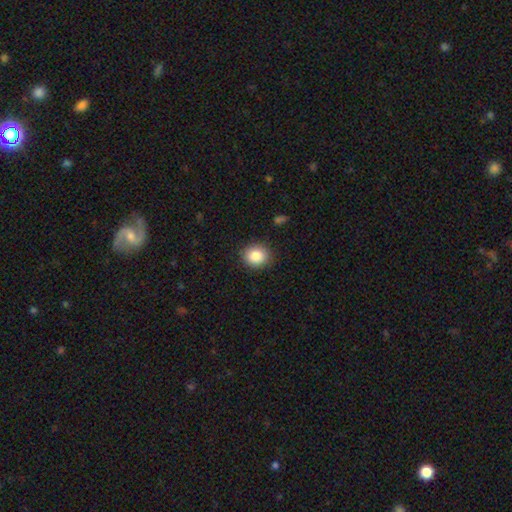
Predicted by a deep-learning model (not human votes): Overall: smooth (86%). How rounded: round (73%). Merging: none (88%).